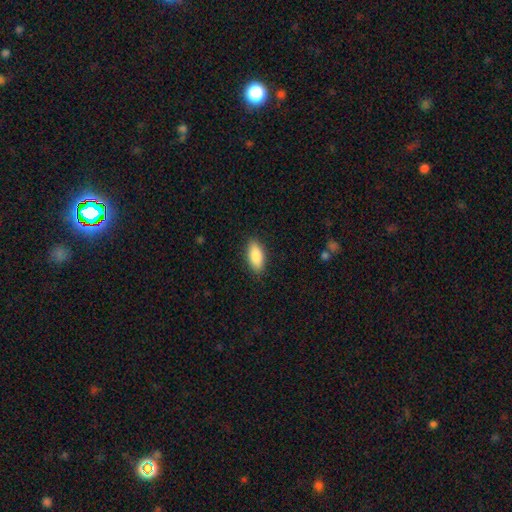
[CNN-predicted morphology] The model was most divided on "how rounded": in between: 86%, cigar-shaped: 11%, round: 2%. More confident: merging — none (87%); smooth or featured — smooth (86%).